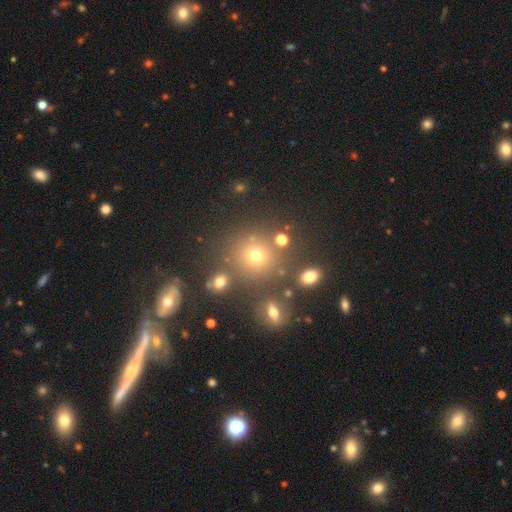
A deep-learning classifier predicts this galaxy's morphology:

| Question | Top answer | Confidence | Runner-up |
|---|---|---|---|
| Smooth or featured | smooth | 63% | star or artifact (25%) |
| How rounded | round | 83% | in between (15%) |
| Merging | none | 73% | merger (12%) |